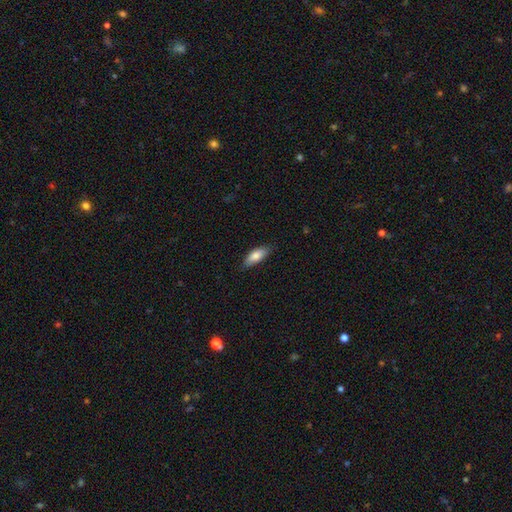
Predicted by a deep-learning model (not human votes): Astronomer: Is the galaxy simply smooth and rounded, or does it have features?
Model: smooth — 79%.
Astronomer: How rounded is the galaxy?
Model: in between — 73%.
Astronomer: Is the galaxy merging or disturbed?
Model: none — 82%.